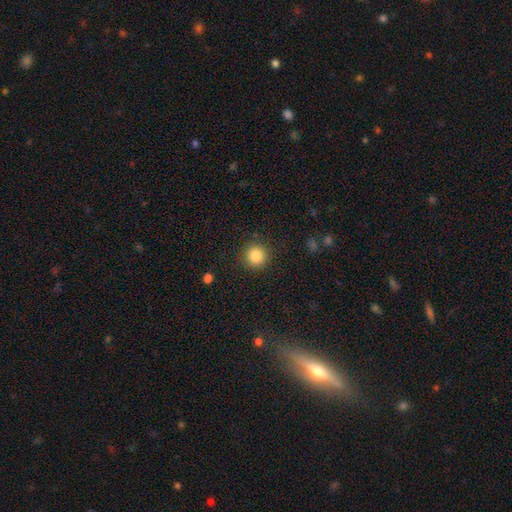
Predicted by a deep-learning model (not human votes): The model was most divided on "smooth or featured": smooth: 85%, star or artifact: 10%, featured or disk: 5%. More confident: how rounded — round (94%); merging — none (90%).